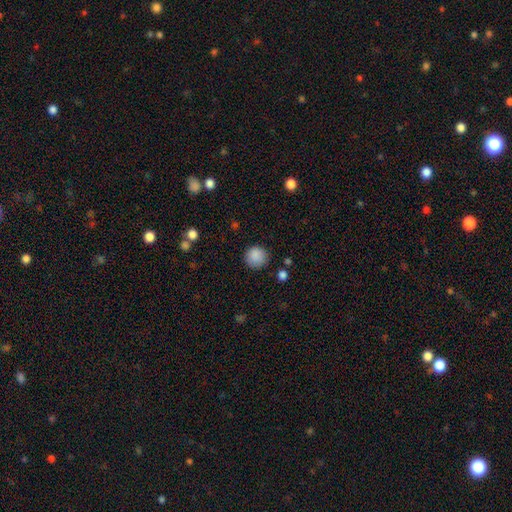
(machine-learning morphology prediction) A smooth galaxy with no disk features (88%) that is round (92%).

Vote fractions:
- Smooth or featured? smooth: 88% / star or artifact: 9% / featured or disk: 4%
- How rounded? round: 92% / in between: 7% / cigar-shaped: 1%
- Merging? none: 84% / minor disturbance: 11% / major disturbance: 3% / merger: 2%